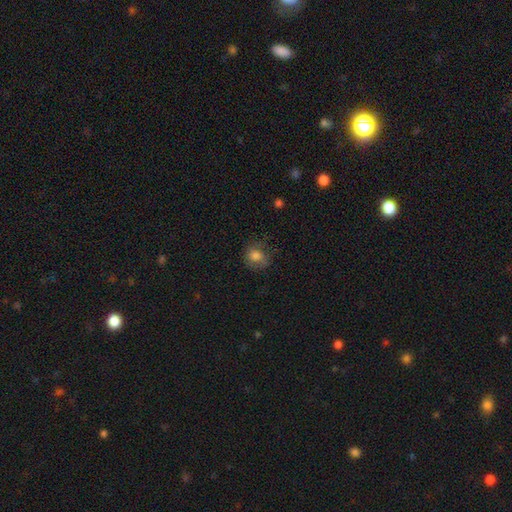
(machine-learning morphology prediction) Smooth or featured: smooth — 76% (featured or disk — 13%)
How rounded: round — 64% (in between — 35%)
Merging: none — 64% (minor disturbance — 23%)